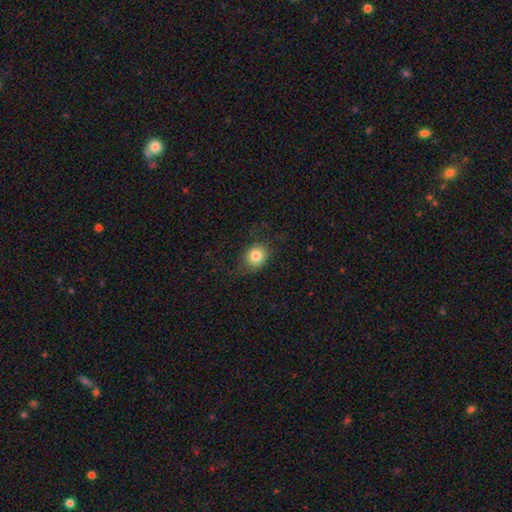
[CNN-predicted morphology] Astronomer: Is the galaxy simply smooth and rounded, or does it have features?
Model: smooth — 80%.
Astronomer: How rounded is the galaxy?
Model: round — 60% (runner-up: in between, 39%).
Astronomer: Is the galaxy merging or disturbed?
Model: none — 72%.